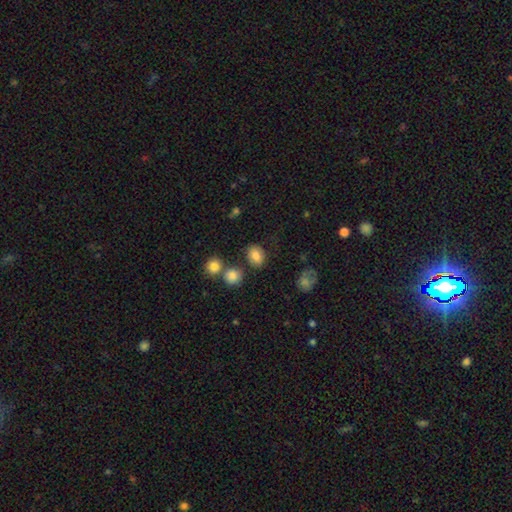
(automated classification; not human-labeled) A smooth galaxy with no disk features (82%) that is in between round and cigar-shaped (66%). Merging: none (77%).